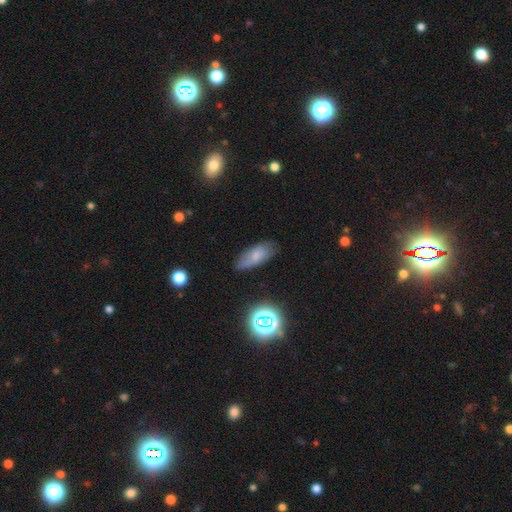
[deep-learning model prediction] A smooth galaxy with no disk features (67%) that is in between round and cigar-shaped (84%).

Vote fractions:
- Smooth or featured? smooth: 67% / featured or disk: 21% / star or artifact: 12%
- How rounded? in between: 84% / cigar-shaped: 12% / round: 4%
- Merging? none: 72% / minor disturbance: 21% / major disturbance: 5% / merger: 2%